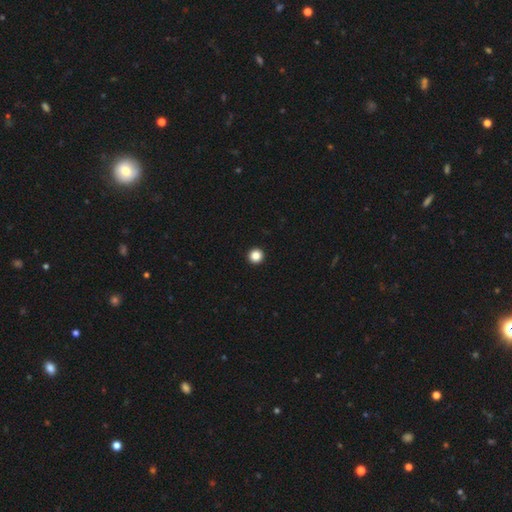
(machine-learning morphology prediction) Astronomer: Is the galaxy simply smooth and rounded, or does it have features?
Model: smooth — 86%.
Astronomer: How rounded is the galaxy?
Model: round — 97%.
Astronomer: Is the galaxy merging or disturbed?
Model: none — 95%.